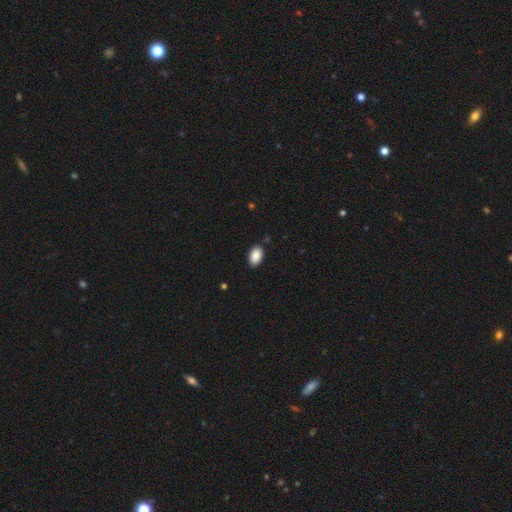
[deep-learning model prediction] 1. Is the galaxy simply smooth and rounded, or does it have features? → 90% smooth, 7% star or artifact, 3% featured or disk.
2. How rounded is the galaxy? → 93% in between, 6% round, 1% cigar-shaped.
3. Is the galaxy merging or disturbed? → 86% none, 10% minor disturbance, 2% major disturbance, 1% merger.